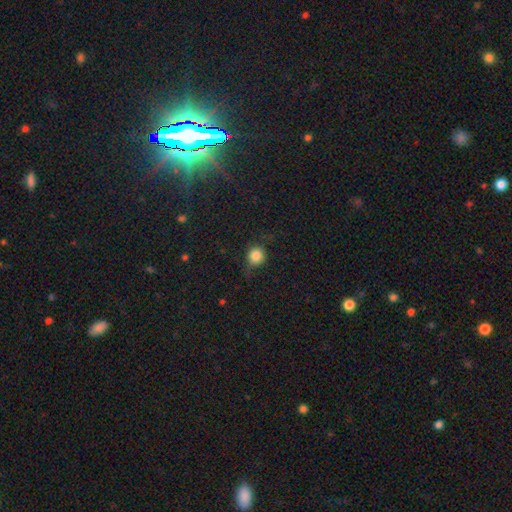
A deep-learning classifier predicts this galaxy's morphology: Smooth or featured: smooth — 80% (star or artifact — 11%)
How rounded: round — 88% (in between — 11%)
Merging: none — 72% (minor disturbance — 19%)